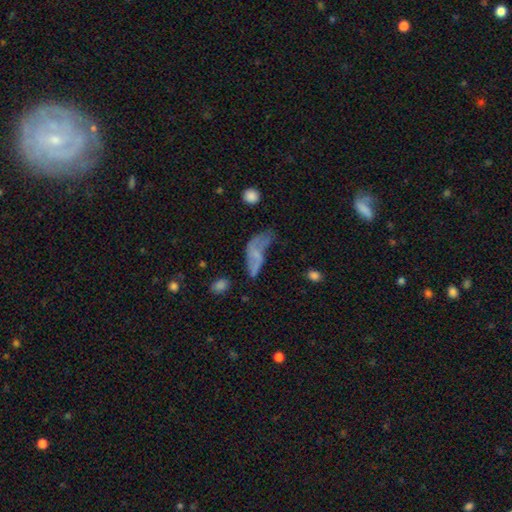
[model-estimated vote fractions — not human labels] Smooth or featured?
  - featured or disk: 45% *
  - smooth: 42%
  - star or artifact: 13%
Merging?
  - major disturbance: 40% *
  - minor disturbance: 26%
  - none: 25%
  - merger: 9%